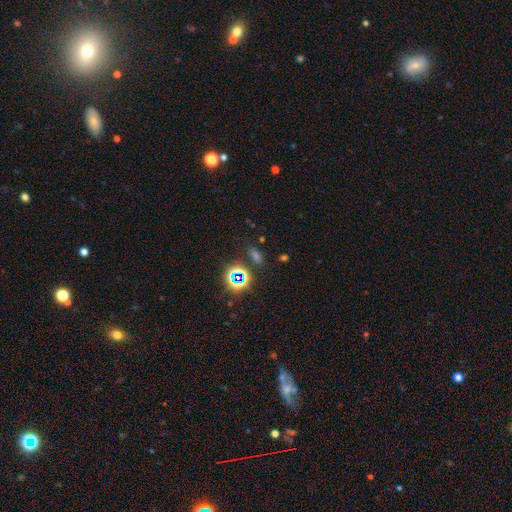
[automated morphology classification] Smooth or featured: star or artifact — 57% (smooth — 32%)